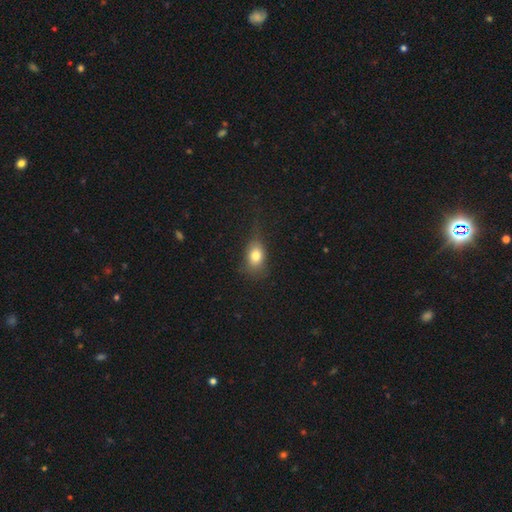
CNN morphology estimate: A smooth galaxy with no disk features (79%) that is in between round and cigar-shaped (74%).

Vote fractions:
- Smooth or featured? smooth: 79% / featured or disk: 11% / star or artifact: 10%
- How rounded? in between: 74% / round: 24% / cigar-shaped: 2%
- Merging? none: 56% / minor disturbance: 28% / major disturbance: 15% / merger: 2%